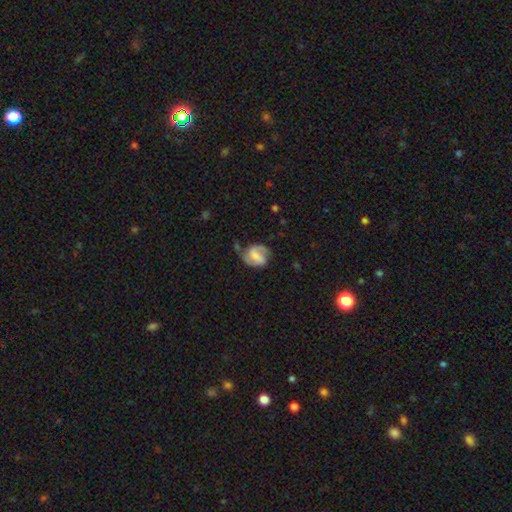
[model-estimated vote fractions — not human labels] Smooth or featured?
  - featured or disk: 64% *
  - smooth: 29%
  - star or artifact: 7%
Edge-on disk?
  - no: 97% *
  - yes: 3%
Bar?
  - weak: 43% *
  - strong: 35%
  - no: 22%
Spiral arms?
  - yes: 88% *
  - no: 12%
Spiral winding?
  - medium: 46% *
  - loose: 27%
  - tight: 27%
Spiral arm count?
  - 2: 80% *
  - can't tell: 8%
  - 1: 7%
  - 3: 2%
  - 4: 1%
  - more than 4: 1%
Bulge size?
  - small: 32% *
  - moderate: 29%
  - none: 27%
  - large: 10%
  - dominant: 2%
Merging?
  - none: 53% *
  - minor disturbance: 28%
  - major disturbance: 15%
  - merger: 5%